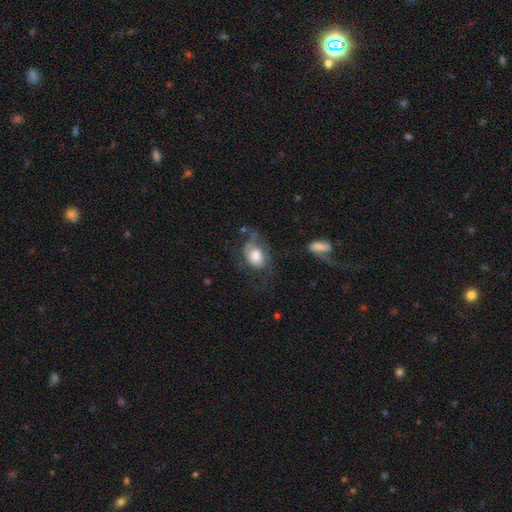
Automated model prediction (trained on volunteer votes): Morphology: type=smooth (52%); roundness=in between (74%); merging=major disturbance (37%).